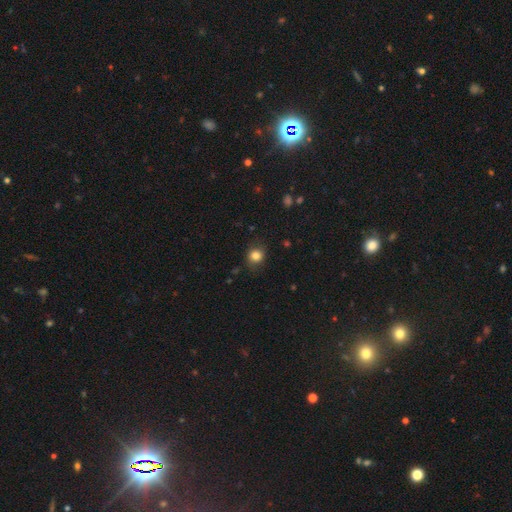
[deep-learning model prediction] Smooth or featured? Predicted: smooth (p=0.83). How rounded? Predicted: round (p=0.80). Merging? Predicted: none (p=0.79).